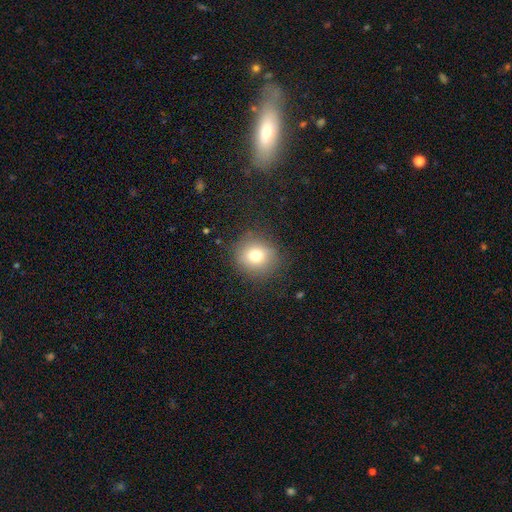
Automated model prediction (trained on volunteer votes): Smooth or featured? smooth (76%)
How rounded? round (88%)
Merging? none (85%)